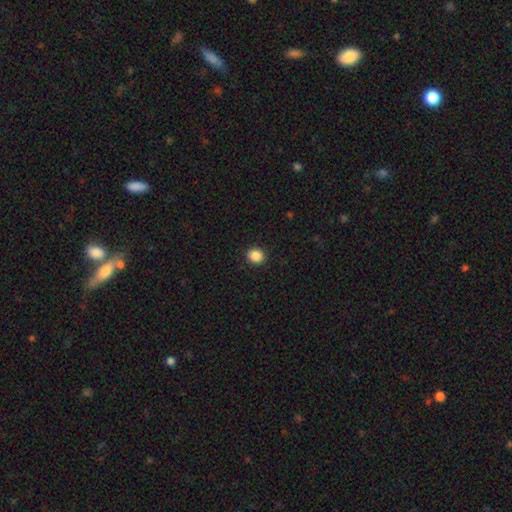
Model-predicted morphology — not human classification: A smooth galaxy with no disk features (87%) that is round (79%).

Vote fractions:
- Smooth or featured? smooth: 87% / star or artifact: 10% / featured or disk: 3%
- How rounded? round: 79% / in between: 20% / cigar-shaped: 1%
- Merging? none: 91% / minor disturbance: 6% / major disturbance: 2% / merger: 1%